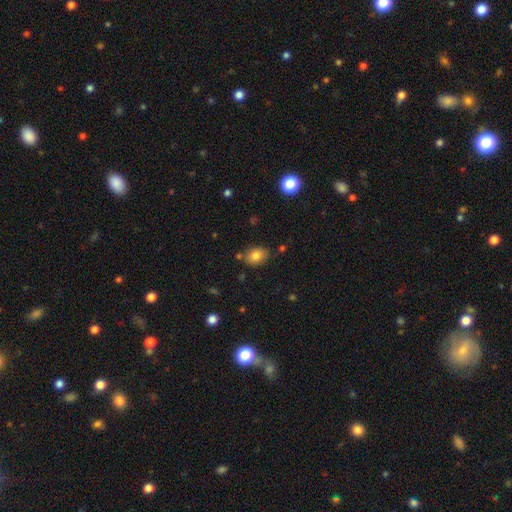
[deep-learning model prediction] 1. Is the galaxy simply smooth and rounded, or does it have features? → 82% smooth, 10% star or artifact, 9% featured or disk.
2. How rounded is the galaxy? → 69% in between, 30% round, 1% cigar-shaped.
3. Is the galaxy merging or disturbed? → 79% none, 13% minor disturbance, 5% merger, 3% major disturbance.